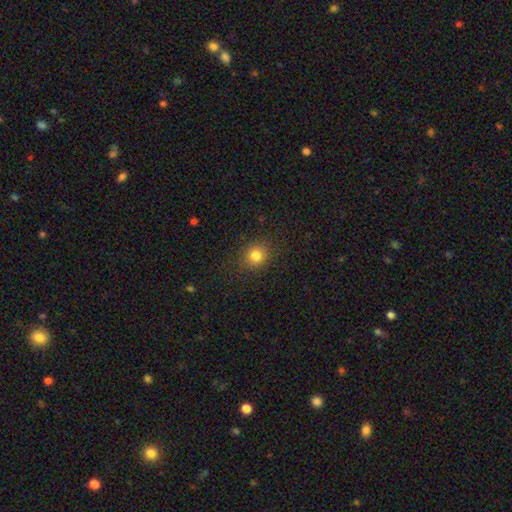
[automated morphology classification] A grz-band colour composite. It shows a smooth galaxy with no disk features (82%) that is round (83%). Merging: none (88%).